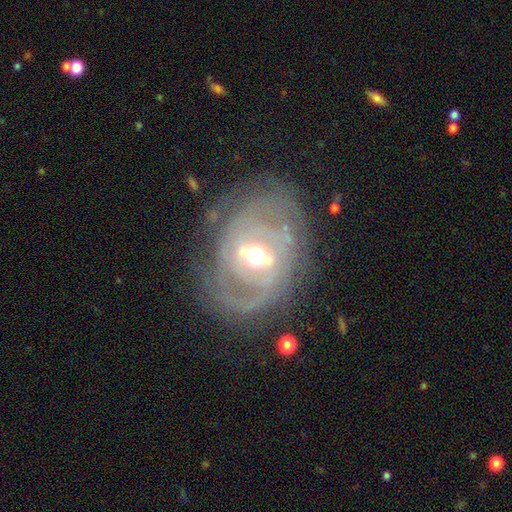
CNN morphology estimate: smooth-or-featured: featured or disk: 82% | smooth: 12% | star or artifact: 6%
  disk-edge-on: no: 95% | yes: 5%
    bar: strong: 42% | weak: 41% | no: 18%
    has-spiral-arms: yes: 77% | no: 23%
      spiral-winding: tight: 56% | medium: 30% | loose: 14%
      spiral-arm-count: 2: 43% | can't tell: 35% | 3: 8% | 1: 6% | 4: 4% | more than 4: 4%
    bulge-size: moderate: 69% | small: 19% | large: 10% | dominant: 1% | none: 1%
  merging: none: 69% | minor disturbance: 17% | major disturbance: 11% | merger: 2%